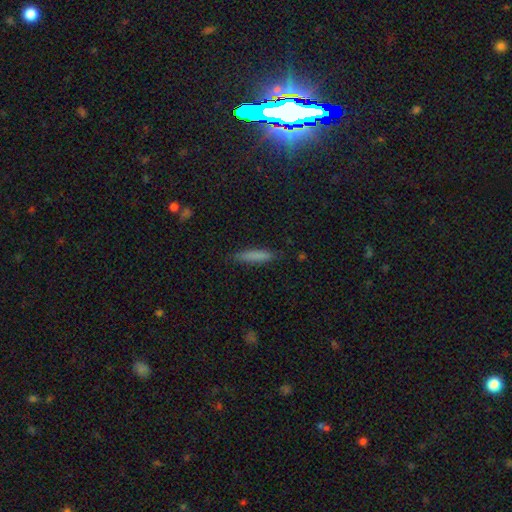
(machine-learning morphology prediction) Smooth or featured? smooth (80%)
How rounded? cigar-shaped (87%)
Merging? none (85%)